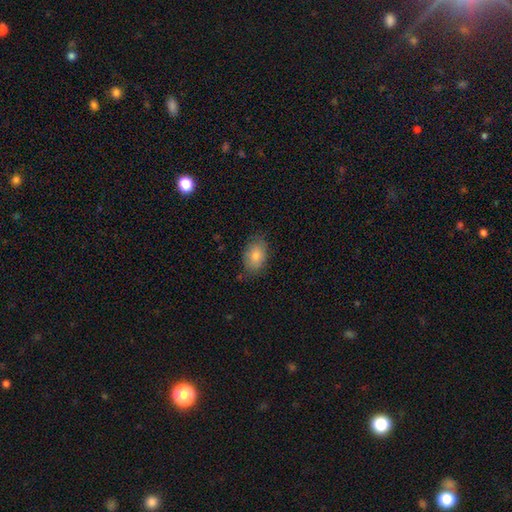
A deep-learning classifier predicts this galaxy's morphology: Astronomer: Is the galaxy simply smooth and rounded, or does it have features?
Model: smooth — 75%.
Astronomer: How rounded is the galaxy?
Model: in between — 82%.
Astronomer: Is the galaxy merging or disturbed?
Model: none — 78%.